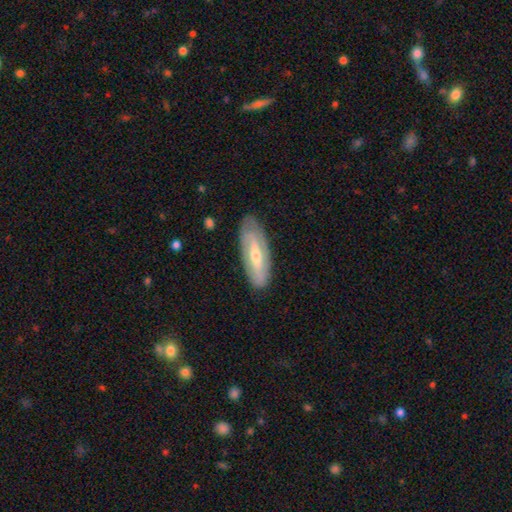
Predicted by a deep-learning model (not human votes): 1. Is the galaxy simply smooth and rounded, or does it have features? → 64% featured or disk, 30% smooth, 6% star or artifact.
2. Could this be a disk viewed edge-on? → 77% no, 23% yes.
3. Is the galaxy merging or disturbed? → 81% none, 14% minor disturbance, 3% major disturbance, 1% merger.